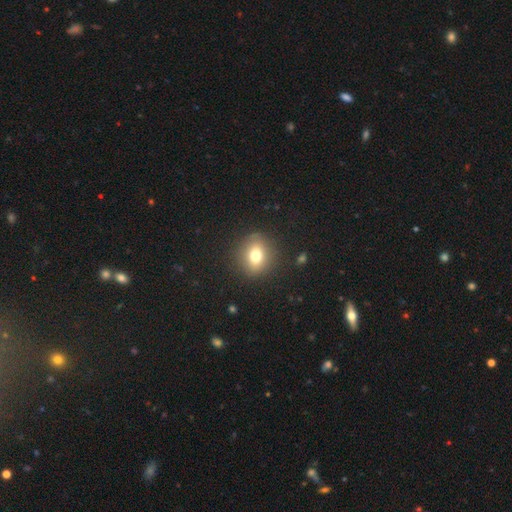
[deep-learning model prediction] A smooth galaxy with no disk features (74%) that is round (70%). Merging: none (87%).